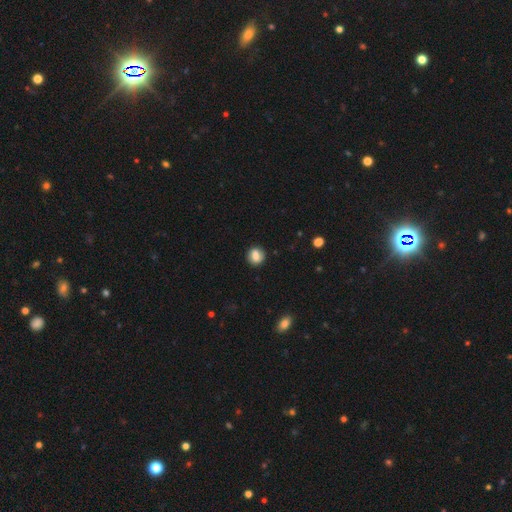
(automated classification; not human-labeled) Overall: smooth (80%). How rounded: round (74%). Merging: none (84%).